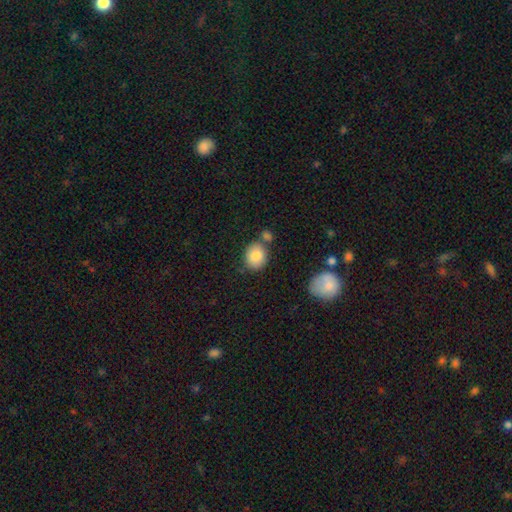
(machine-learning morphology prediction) This appears to be a smooth galaxy with no disk features (84%) that is round (67%). Merging: none (66%).